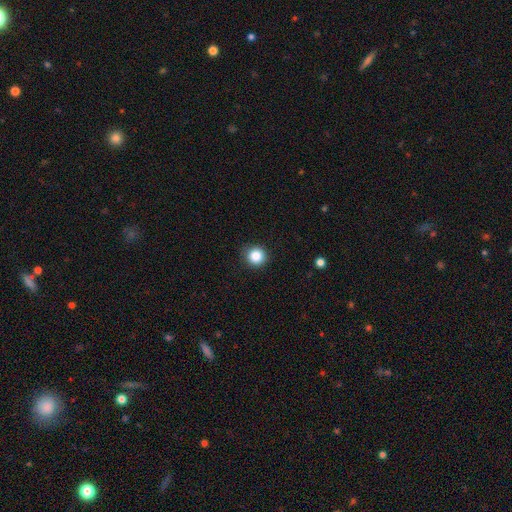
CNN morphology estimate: This appears to be a smooth galaxy with no disk features (86%) that is round (94%). Merging: none (89%).